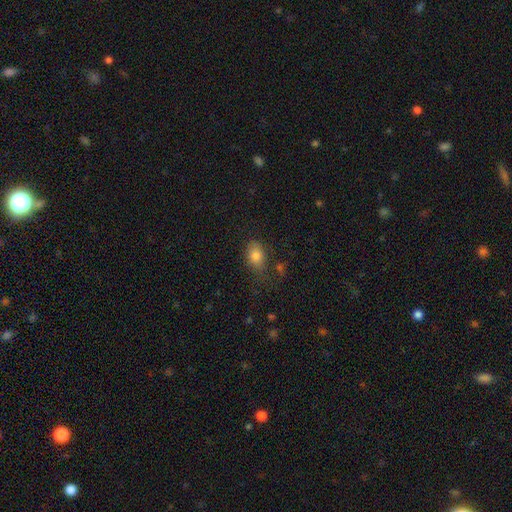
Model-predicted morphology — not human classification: Smooth or featured? smooth (82%)
How rounded? in between (76%)
Merging? none (67%)